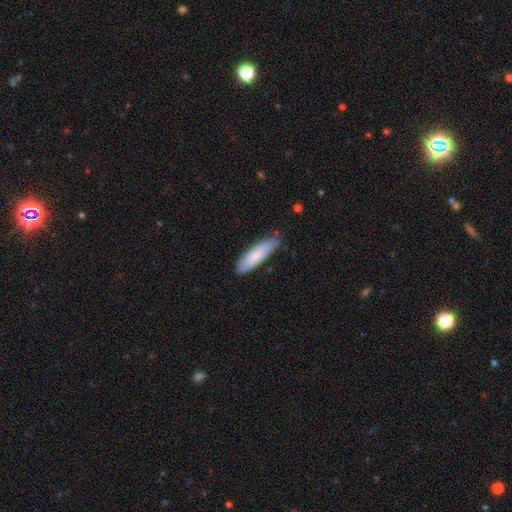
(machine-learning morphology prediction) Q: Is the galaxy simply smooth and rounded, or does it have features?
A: smooth — 75%.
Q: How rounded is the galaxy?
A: cigar-shaped — 63%.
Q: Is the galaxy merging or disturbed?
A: none — 75%.